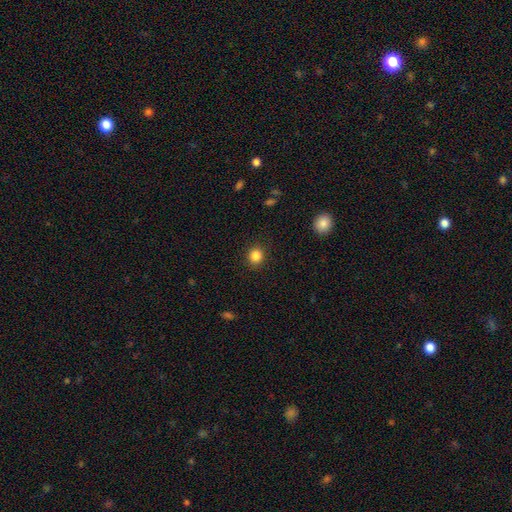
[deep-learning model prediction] A smooth galaxy with no disk features (85%) that is round (86%). Merging: none (90%).